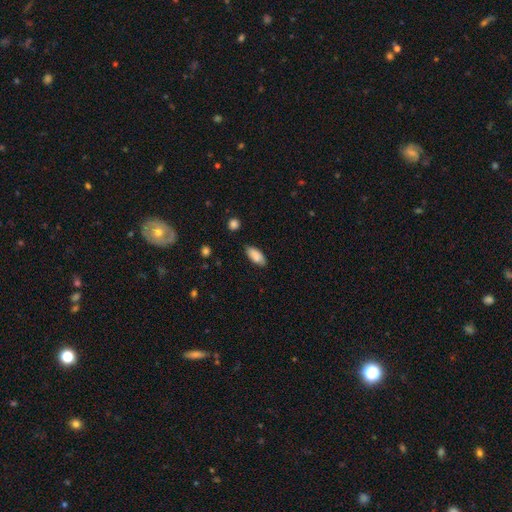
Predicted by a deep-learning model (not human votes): smooth_or_featured: smooth (p=0.86) [alt: featured or disk p=0.07]
how_rounded: in between (p=0.87) [alt: cigar-shaped p=0.11]
merging: none (p=0.81) [alt: minor disturbance p=0.15]